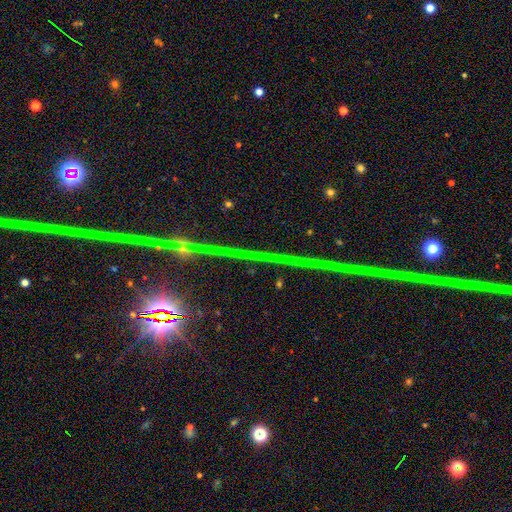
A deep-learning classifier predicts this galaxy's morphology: This appears to be a star or artifact, not a galaxy (79%).